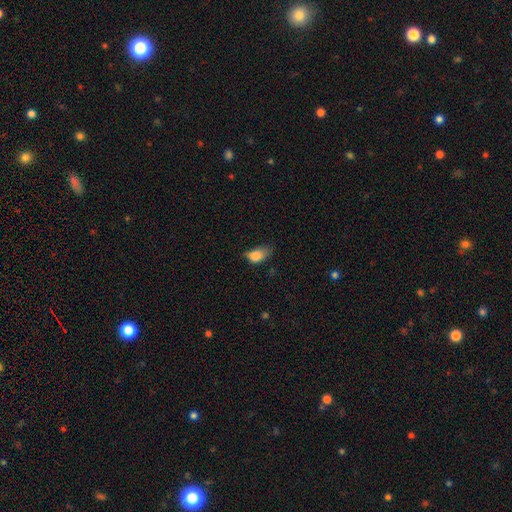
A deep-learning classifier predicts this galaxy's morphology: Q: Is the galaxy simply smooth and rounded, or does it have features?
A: smooth — 81%.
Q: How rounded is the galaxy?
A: in between — 86%.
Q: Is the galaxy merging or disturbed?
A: minor disturbance — 46%.